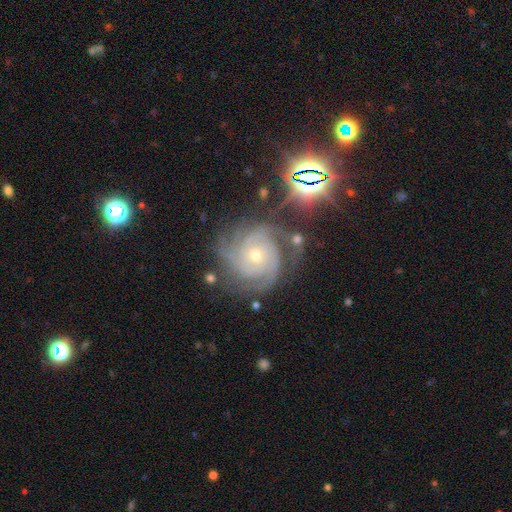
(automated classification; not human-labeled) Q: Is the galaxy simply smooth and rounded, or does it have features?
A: featured or disk — 86%.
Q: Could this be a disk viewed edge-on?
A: no — 98%.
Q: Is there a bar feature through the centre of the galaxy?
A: no — 74%.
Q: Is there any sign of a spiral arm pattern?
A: yes — 98%.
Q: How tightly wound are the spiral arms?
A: tight — 69%.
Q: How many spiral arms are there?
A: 3 — 35%.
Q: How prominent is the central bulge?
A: small — 58%.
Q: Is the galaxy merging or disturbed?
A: none — 67%.